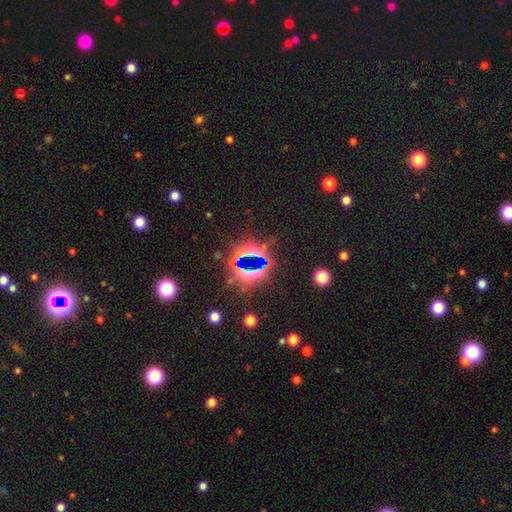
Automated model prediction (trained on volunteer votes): Smooth or featured? star or artifact (67%)